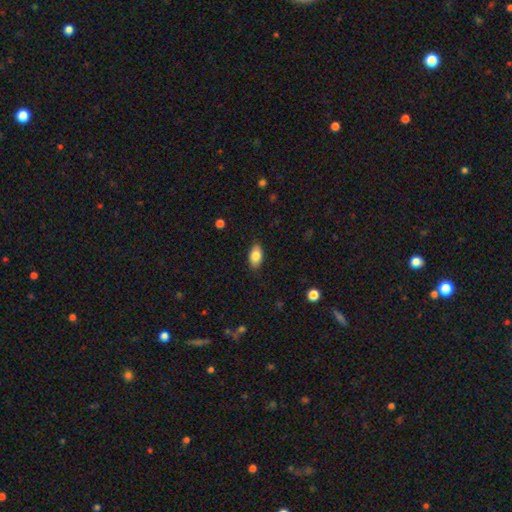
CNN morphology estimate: A smooth galaxy with no disk features (82%) that is in between round and cigar-shaped (92%). Merging: none (86%).